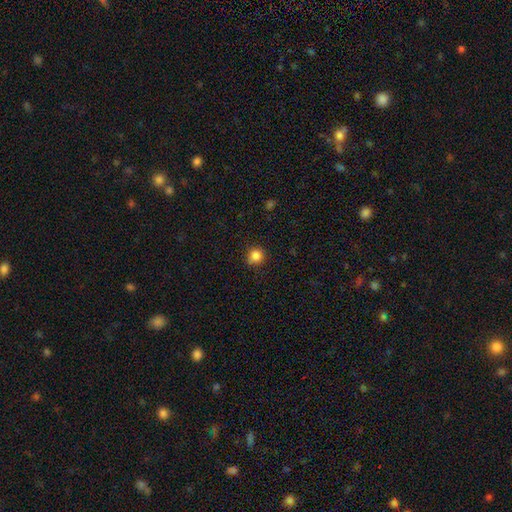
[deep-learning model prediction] Smooth or featured? smooth (84%)
How rounded? round (91%)
Merging? none (83%)